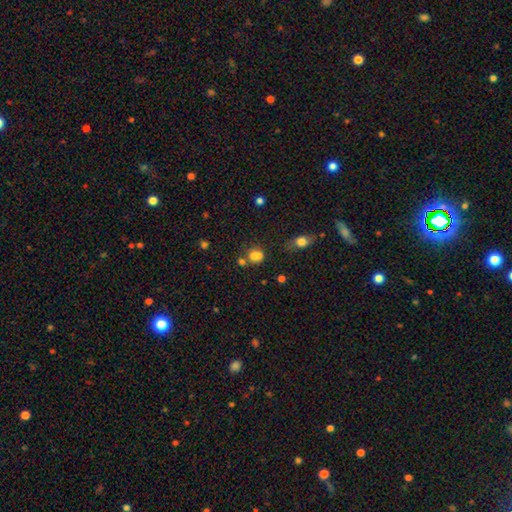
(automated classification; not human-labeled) smooth 70%, featured or disk 15%, star or artifact 15%. Down the decision tree: how rounded — round (71%); merging — merger (50%).